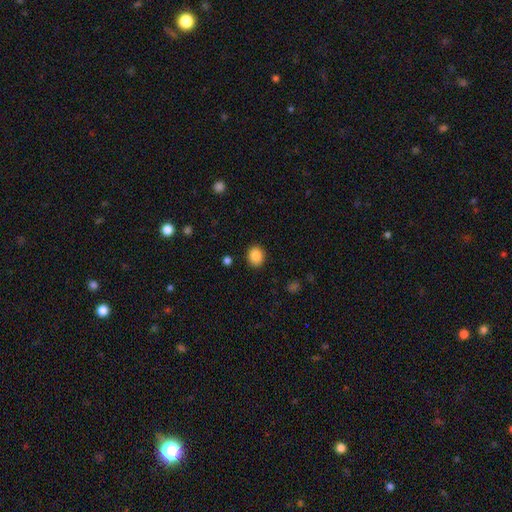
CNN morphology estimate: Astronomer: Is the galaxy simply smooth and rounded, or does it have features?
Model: smooth — 87%.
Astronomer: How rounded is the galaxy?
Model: round — 66%.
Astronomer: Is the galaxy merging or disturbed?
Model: none — 89%.